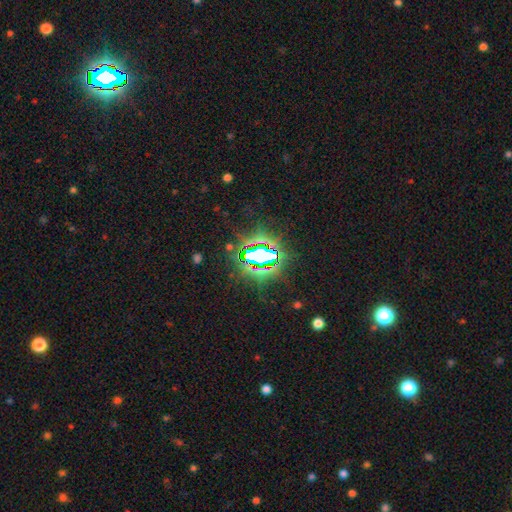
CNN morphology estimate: Smooth or featured? star or artifact (81%)